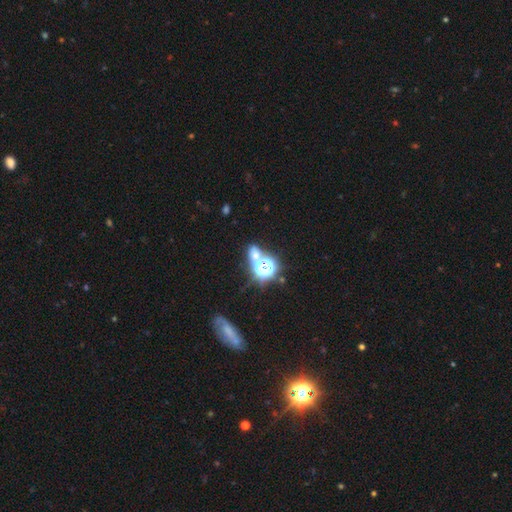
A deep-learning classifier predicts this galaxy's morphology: Smooth or featured?
  - star or artifact: 48% *
  - smooth: 41%
  - featured or disk: 11%